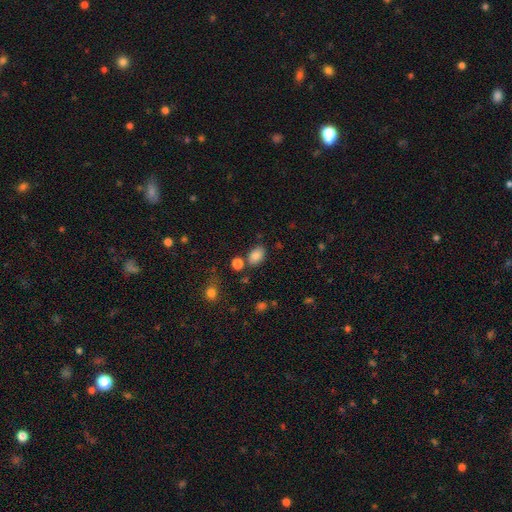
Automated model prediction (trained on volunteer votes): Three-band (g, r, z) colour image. It shows a smooth galaxy with no disk features (85%) that is in between round and cigar-shaped (83%). Merging: none (71%).